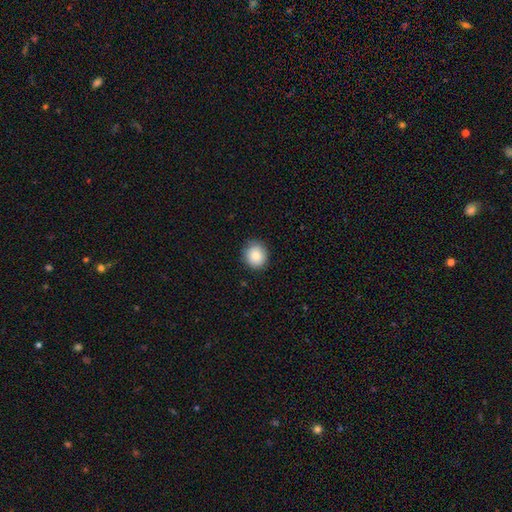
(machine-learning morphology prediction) Smooth or featured: smooth — 85% (star or artifact — 8%)
How rounded: round — 86% (in between — 13%)
Merging: none — 86% (minor disturbance — 11%)